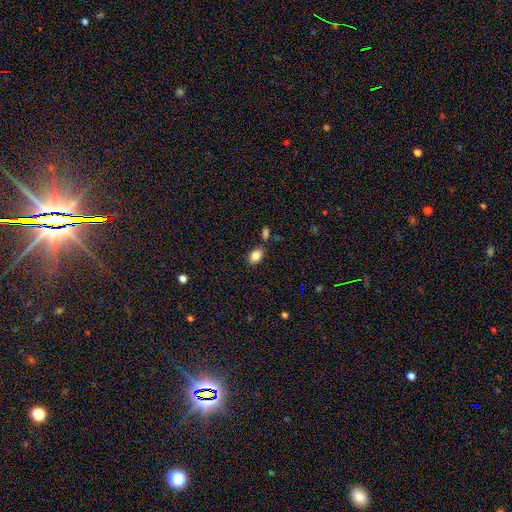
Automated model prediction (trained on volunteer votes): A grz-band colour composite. It shows a smooth galaxy with no disk features (85%) that is in between round and cigar-shaped (84%). Merging: none (78%).